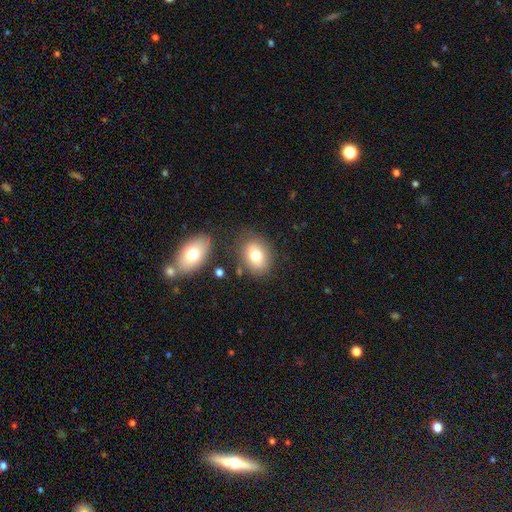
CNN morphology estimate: Smooth or featured: smooth — 76% (featured or disk — 14%)
How rounded: in between — 62% (round — 37%)
Merging: none — 75% (minor disturbance — 14%)